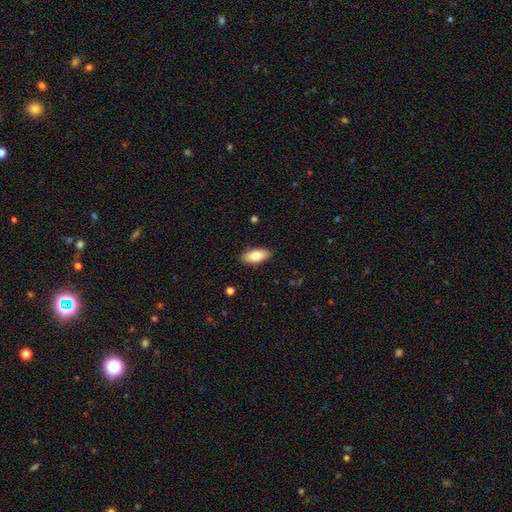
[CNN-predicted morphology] Overall: smooth (78%). How rounded: in between (85%). Merging: none (89%).